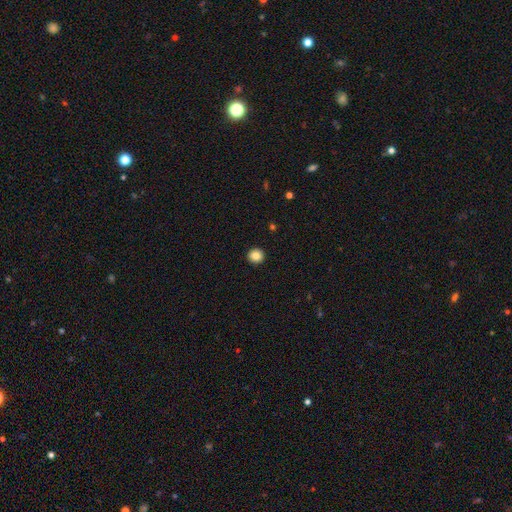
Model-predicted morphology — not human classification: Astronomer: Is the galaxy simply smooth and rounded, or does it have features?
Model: smooth — 85%.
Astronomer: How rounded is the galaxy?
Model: round — 92%.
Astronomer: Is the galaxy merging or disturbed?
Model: none — 94%.